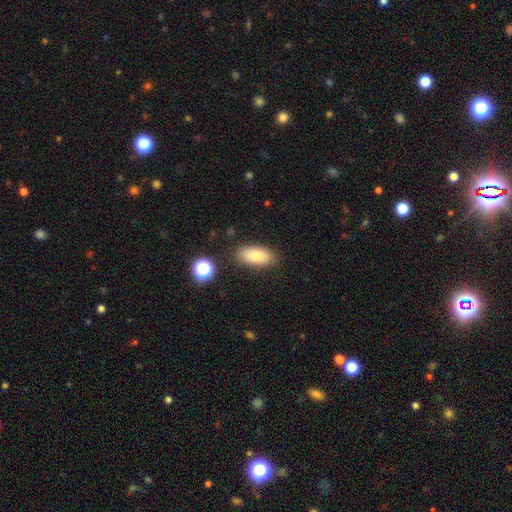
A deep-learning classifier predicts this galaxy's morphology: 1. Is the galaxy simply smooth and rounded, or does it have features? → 78% smooth, 14% featured or disk, 9% star or artifact.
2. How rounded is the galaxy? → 88% in between, 8% cigar-shaped, 4% round.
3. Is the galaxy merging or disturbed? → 83% none, 11% minor disturbance, 3% merger, 3% major disturbance.